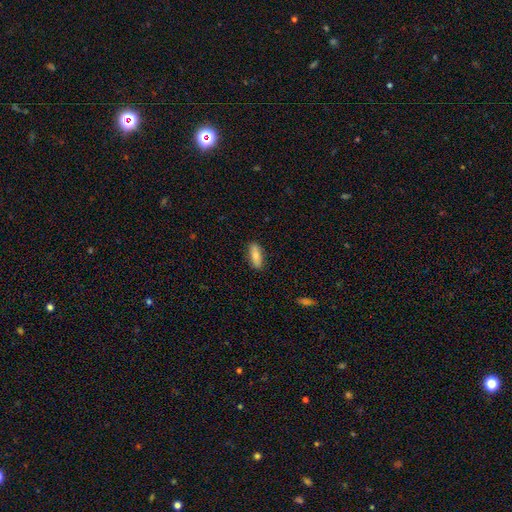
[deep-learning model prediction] Smooth or featured? smooth (73%)
How rounded? in between (65%)
Merging? none (87%)